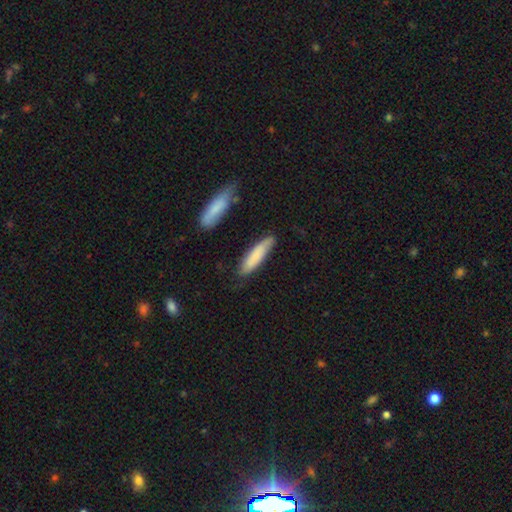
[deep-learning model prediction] A smooth galaxy with no disk features (75%) that is cigar-shaped (75%). Merging: none (73%).